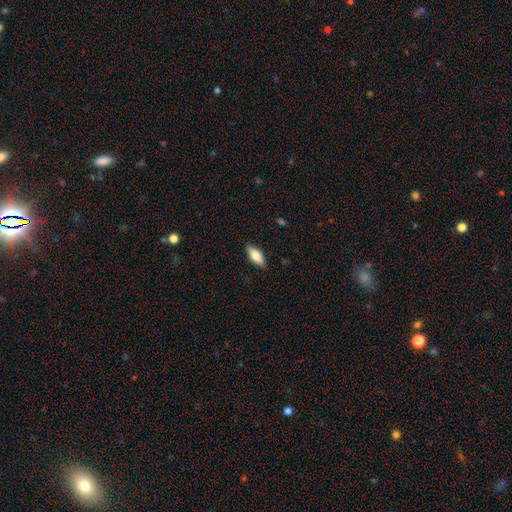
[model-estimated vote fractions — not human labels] Overall: smooth (72%). How rounded: in between (79%). Merging: none (87%).